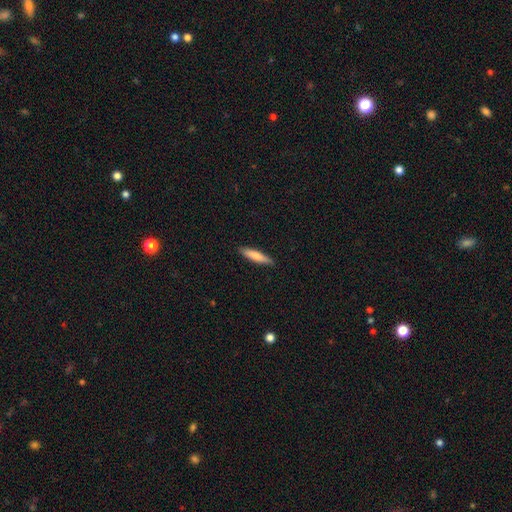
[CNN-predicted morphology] The model was most divided on "smooth or featured": smooth: 75%, featured or disk: 20%, star or artifact: 6%. More confident: merging — none (89%); how rounded — cigar-shaped (84%).